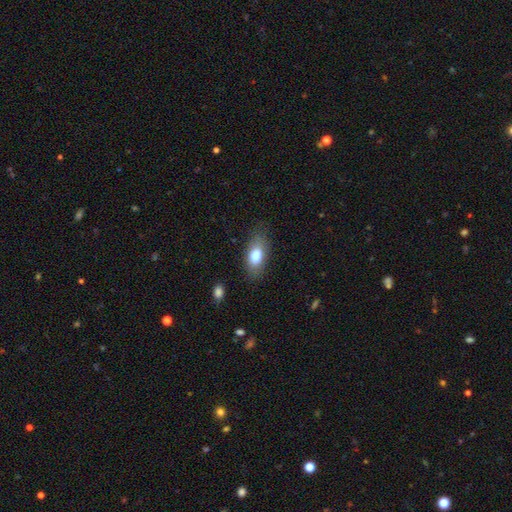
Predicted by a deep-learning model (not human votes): Smooth or featured? Predicted: smooth (p=0.78). How rounded? Predicted: in between (p=0.86). Merging? Predicted: none (p=0.78).